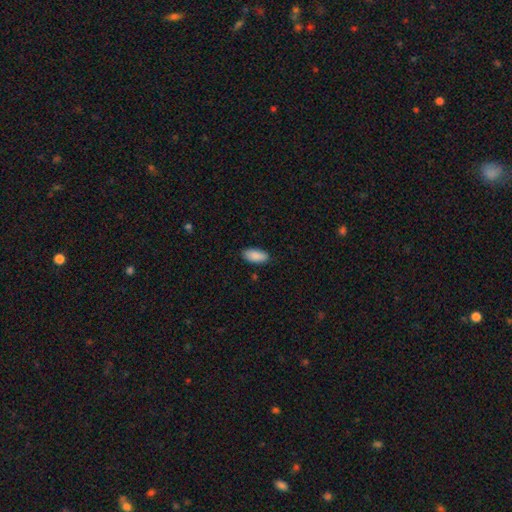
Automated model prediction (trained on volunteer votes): Smooth or featured?
  - smooth: 90% *
  - star or artifact: 6%
  - featured or disk: 4%
How rounded?
  - in between: 91% *
  - cigar-shaped: 7%
  - round: 2%
Merging?
  - none: 86% *
  - minor disturbance: 10%
  - major disturbance: 2%
  - merger: 1%